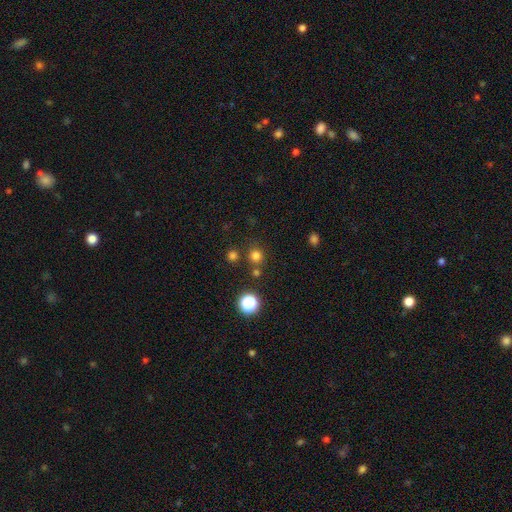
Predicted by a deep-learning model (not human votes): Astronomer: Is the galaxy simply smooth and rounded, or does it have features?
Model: smooth — 74%.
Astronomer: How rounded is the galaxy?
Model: round — 93%.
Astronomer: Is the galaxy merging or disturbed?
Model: none — 78%.